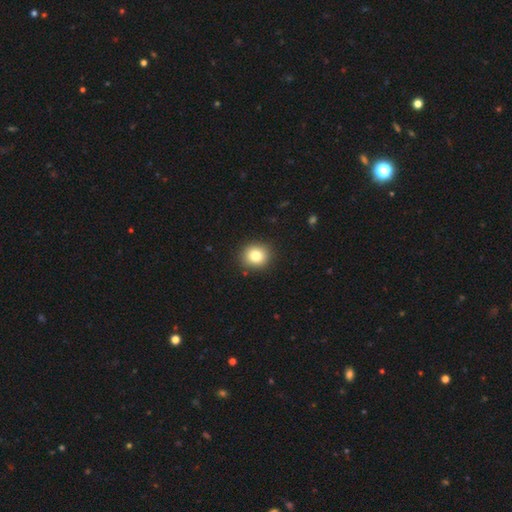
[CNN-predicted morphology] A smooth galaxy with no disk features (81%) that is round (86%).

Vote fractions:
- Smooth or featured? smooth: 81% / star or artifact: 11% / featured or disk: 8%
- How rounded? round: 86% / in between: 13% / cigar-shaped: 1%
- Merging? none: 91% / minor disturbance: 6% / major disturbance: 2% / merger: 1%